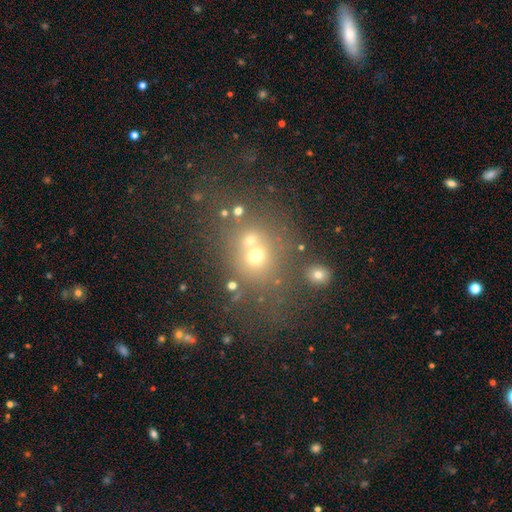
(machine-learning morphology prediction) smooth_or_featured: smooth (p=0.55) [alt: star or artifact p=0.28]
how_rounded: round (p=0.69) [alt: in between p=0.29]
merging: none (p=0.50) [alt: merger p=0.32]